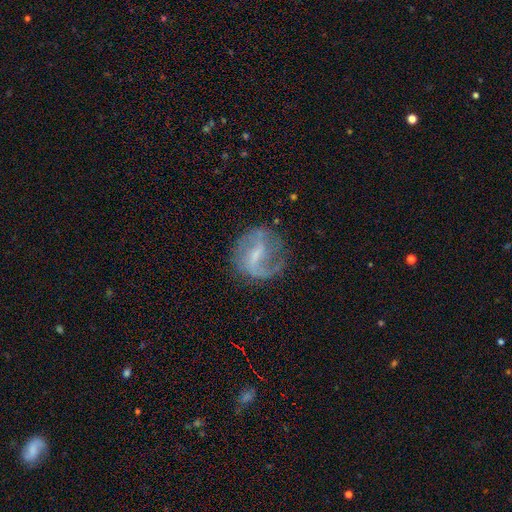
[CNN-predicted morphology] Smooth or featured?
  - featured or disk: 75% *
  - smooth: 17%
  - star or artifact: 8%
Edge-on disk?
  - no: 97% *
  - yes: 3%
Bar?
  - weak: 52% *
  - strong: 31%
  - no: 17%
Spiral arms?
  - yes: 85% *
  - no: 15%
Spiral winding?
  - loose: 47% *
  - medium: 38%
  - tight: 15%
Spiral arm count?
  - 2: 56% *
  - 1: 29%
  - can't tell: 10%
  - 3: 2%
  - 4: 1%
  - more than 4: 1%
Bulge size?
  - small: 44% *
  - none: 27%
  - moderate: 25%
  - large: 3%
  - dominant: 1%
Merging?
  - none: 63% *
  - minor disturbance: 20%
  - major disturbance: 15%
  - merger: 2%